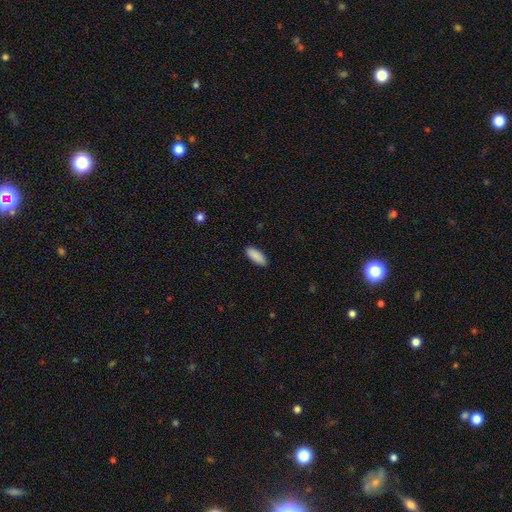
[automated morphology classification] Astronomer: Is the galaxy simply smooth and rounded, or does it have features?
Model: smooth — 91%.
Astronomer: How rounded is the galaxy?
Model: in between — 79%.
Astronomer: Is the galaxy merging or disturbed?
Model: none — 90%.